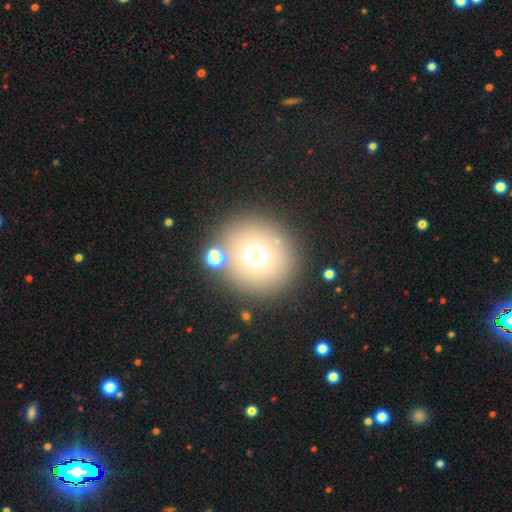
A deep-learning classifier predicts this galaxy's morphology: smooth-or-featured: smooth: 68% | star or artifact: 18% | featured or disk: 14%
  how-rounded: round: 89% | in between: 10% | cigar-shaped: 1%
  merging: none: 82% | minor disturbance: 7% | merger: 7% | major disturbance: 4%